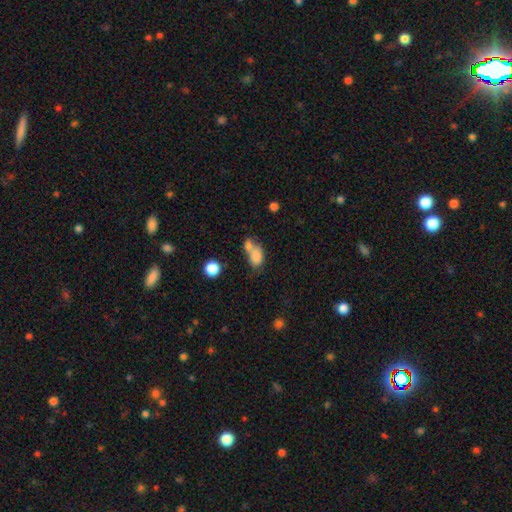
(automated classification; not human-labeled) This is likely a smooth galaxy (78%). How rounded: clearly in between (82%). Merging: possibly merger (55%).